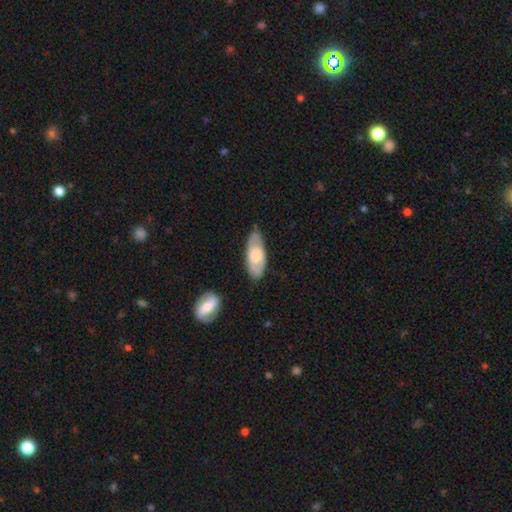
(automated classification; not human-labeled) Smooth or featured? smooth (56%)
How rounded? in between (81%)
Merging? none (77%)